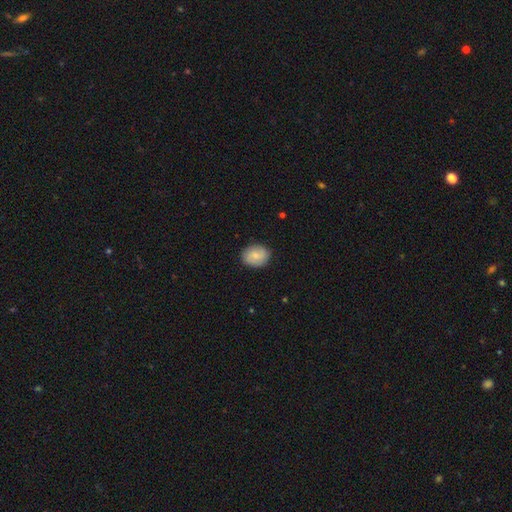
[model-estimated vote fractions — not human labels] A smooth galaxy with no disk features (76%) that is in between round and cigar-shaped (53%).

Vote fractions:
- Smooth or featured? smooth: 76% / featured or disk: 17% / star or artifact: 7%
- How rounded? in between: 53% / round: 46% / cigar-shaped: 1%
- Merging? none: 86% / minor disturbance: 11% / major disturbance: 2% / merger: 1%